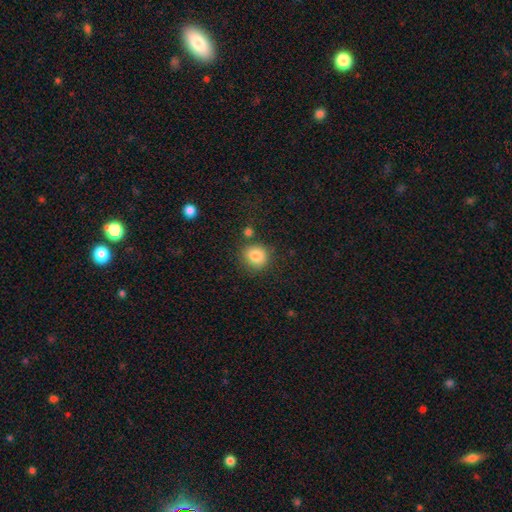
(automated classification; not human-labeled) Overall: smooth (85%). How rounded: round (83%). Merging: none (77%).